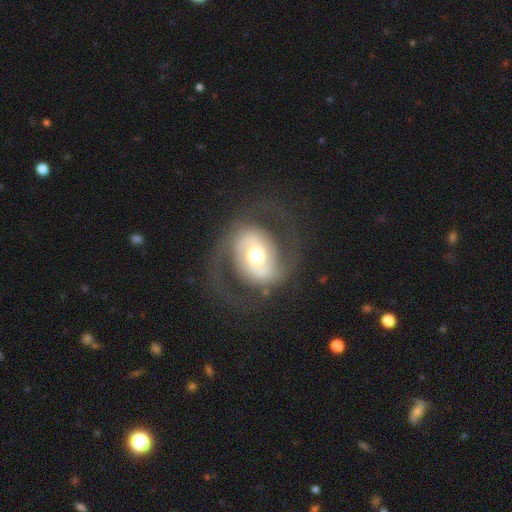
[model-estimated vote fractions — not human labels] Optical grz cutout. It shows a featured or disk galaxy (80%) with no bar (58%), 2 (90%) medium (47%) spiral arms (85%) and a moderate central bulge (66%). Merging: none (72%).